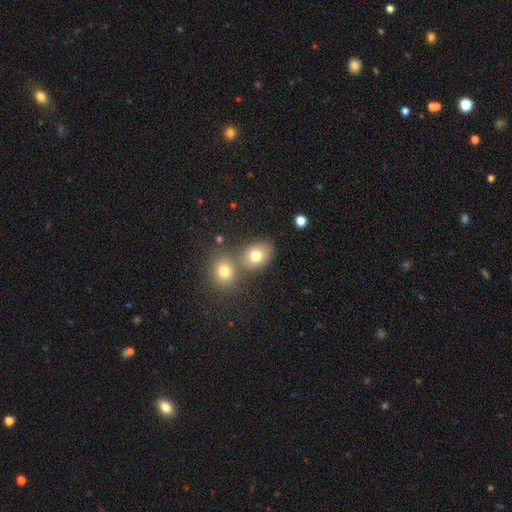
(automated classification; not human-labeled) Smooth or featured?
  - smooth: 77% *
  - star or artifact: 12%
  - featured or disk: 11%
How rounded?
  - in between: 54% *
  - round: 45%
  - cigar-shaped: 1%
Merging?
  - none: 58% *
  - merger: 29%
  - minor disturbance: 10%
  - major disturbance: 4%